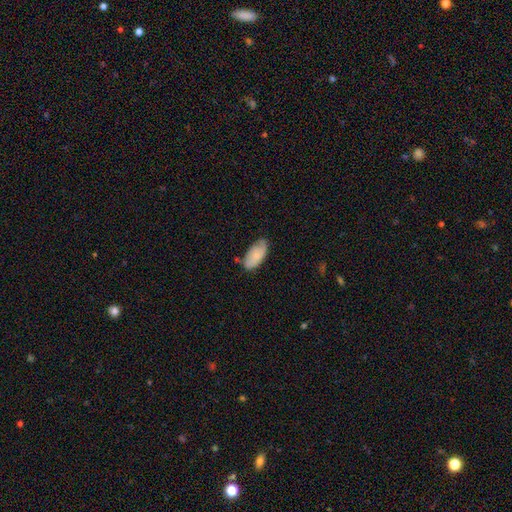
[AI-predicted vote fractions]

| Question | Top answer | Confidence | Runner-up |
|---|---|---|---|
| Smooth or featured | smooth | 72% | featured or disk (22%) |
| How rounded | in between | 93% | cigar-shaped (5%) |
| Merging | none | 59% | minor disturbance (31%) |